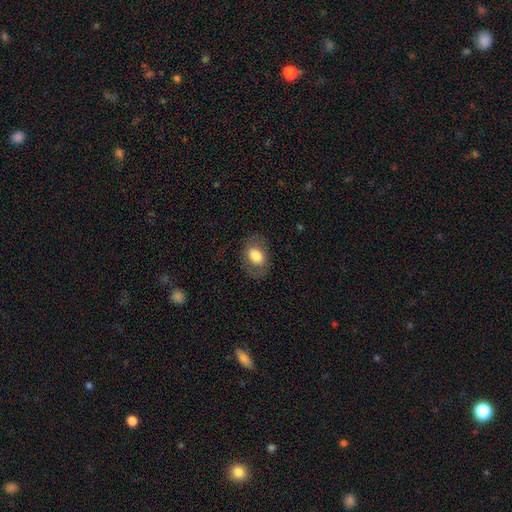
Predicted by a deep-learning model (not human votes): Overall: smooth (72%). How rounded: in between (76%). Merging: none (78%).